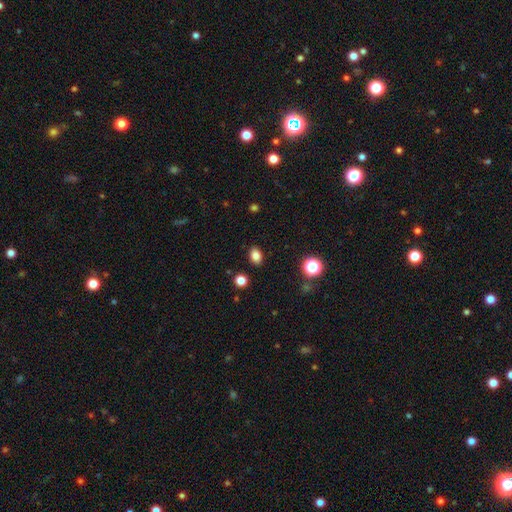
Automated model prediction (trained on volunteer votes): The model was most divided on "how rounded": in between: 75%, round: 24%, cigar-shaped: 1%. More confident: merging — none (89%); smooth or featured — smooth (83%).